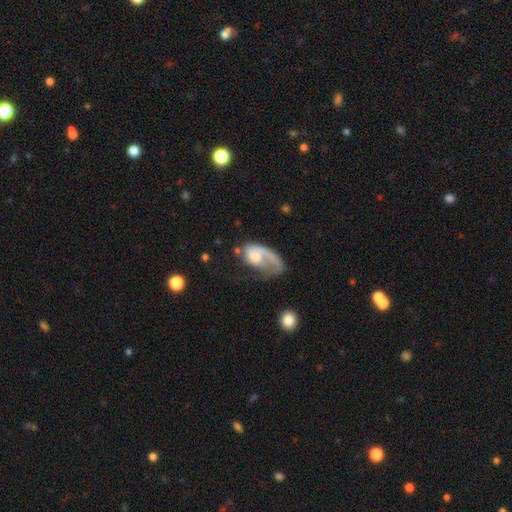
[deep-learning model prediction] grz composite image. It shows a featured or disk galaxy (66%) with no bar (72%), 1 (87%) loose (54%) spiral arms (84%) and a moderate central bulge (47%). Merging: major disturbance (49%).